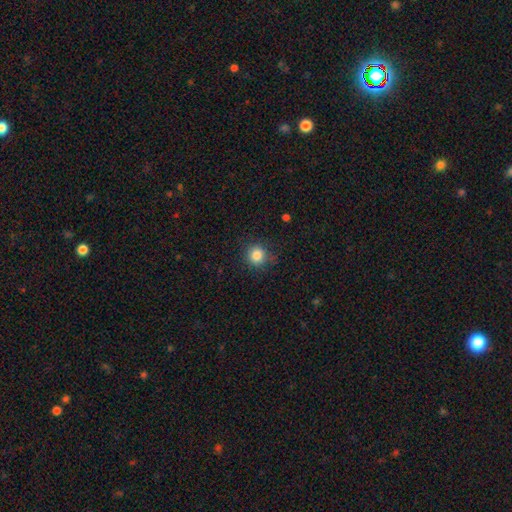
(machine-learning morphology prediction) Smooth or featured?
  - smooth: 84% *
  - star or artifact: 11%
  - featured or disk: 5%
How rounded?
  - round: 92% *
  - in between: 7%
  - cigar-shaped: 1%
Merging?
  - none: 86% *
  - minor disturbance: 10%
  - major disturbance: 3%
  - merger: 1%